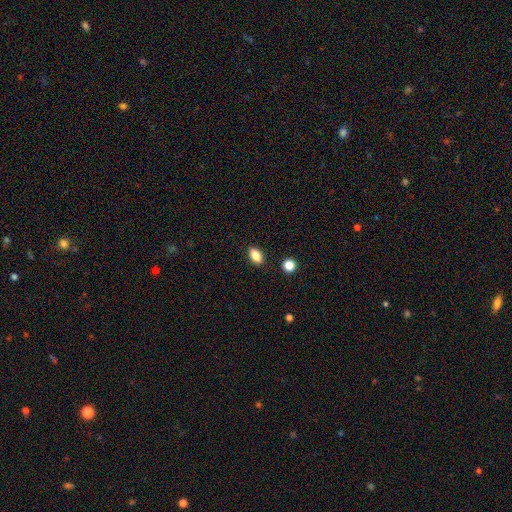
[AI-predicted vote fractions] Smooth or featured: smooth — 84% (star or artifact — 9%)
How rounded: in between — 86% (round — 8%)
Merging: none — 88% (minor disturbance — 8%)